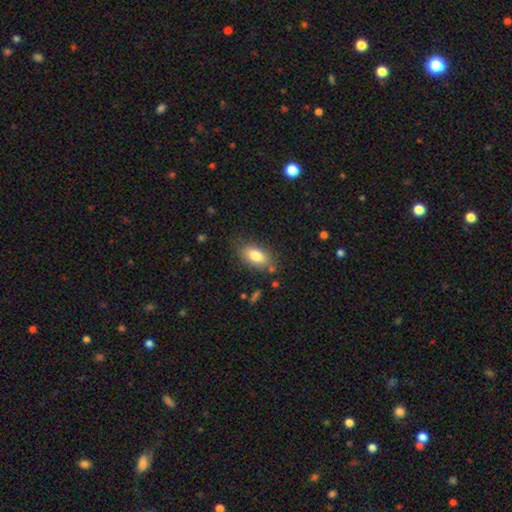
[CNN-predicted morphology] Smooth or featured: smooth — 81% (featured or disk — 11%)
How rounded: in between — 90% (round — 6%)
Merging: none — 78% (minor disturbance — 15%)